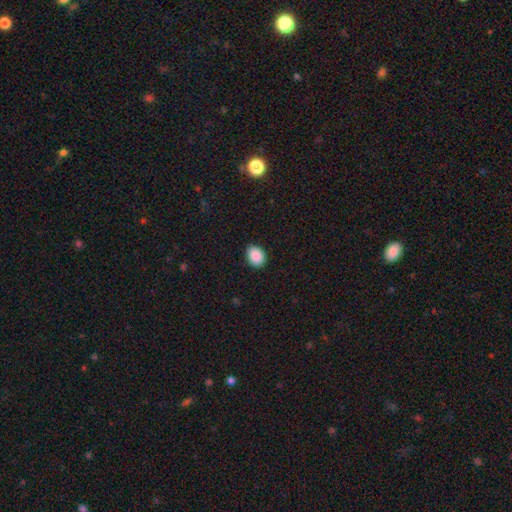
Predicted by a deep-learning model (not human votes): Overall: smooth (90%). How rounded: in between (66%; round 33%). Merging: none (89%).